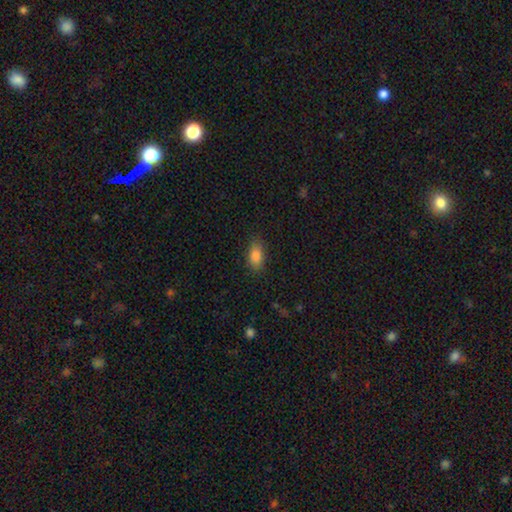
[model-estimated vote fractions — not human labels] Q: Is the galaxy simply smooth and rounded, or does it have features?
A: smooth — 86%.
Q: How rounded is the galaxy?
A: in between — 90%.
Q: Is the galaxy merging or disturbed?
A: none — 84%.